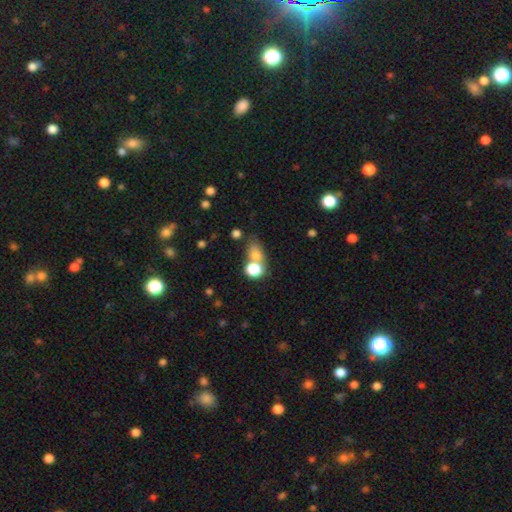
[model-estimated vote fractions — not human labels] smooth 73%, star or artifact 16%, featured or disk 12%. Down the decision tree: how rounded — in between (54%); merging — none (42%).